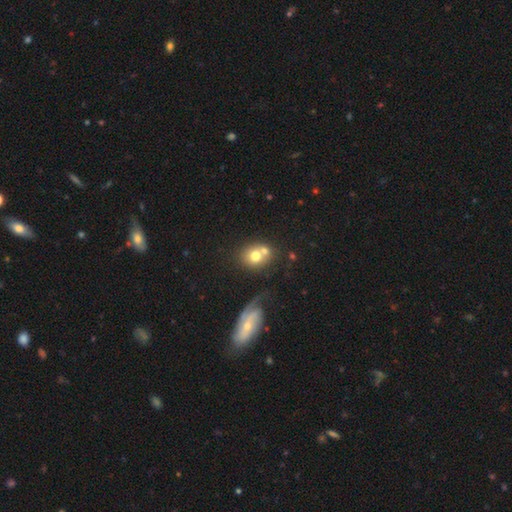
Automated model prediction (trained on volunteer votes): Morphology: type=smooth (67%); roundness=round (64%); merging=merger (41%, tied with none).